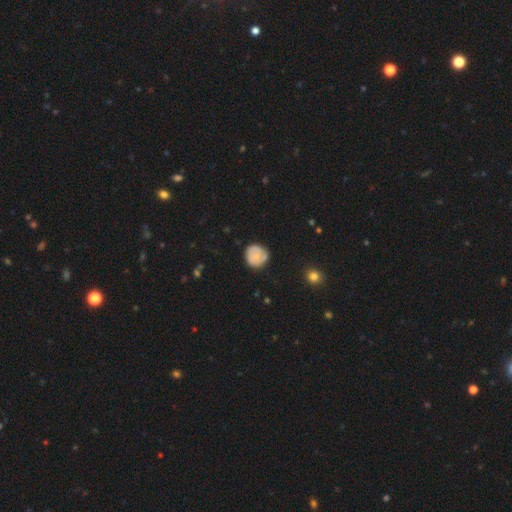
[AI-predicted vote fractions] Morphology: type=smooth (54%); roundness=round (86%); merging=none (73%).